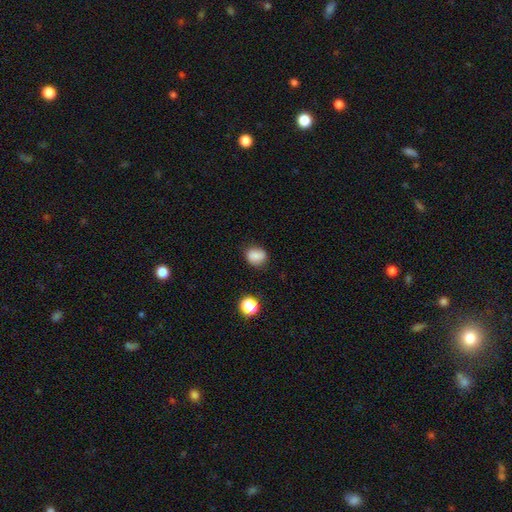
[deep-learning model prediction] Smooth or featured: smooth — 80% (star or artifact — 11%)
How rounded: round — 67% (in between — 32%)
Merging: none — 77% (minor disturbance — 17%)